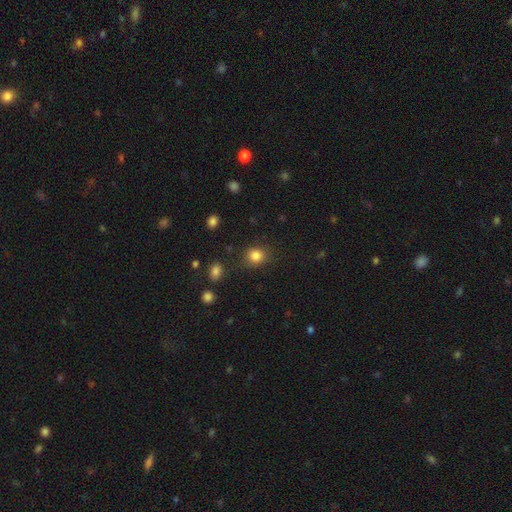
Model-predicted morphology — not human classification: The model was most divided on "how rounded": round: 76%, in between: 23%, cigar-shaped: 1%. More confident: smooth or featured — smooth (84%); merging — none (82%).